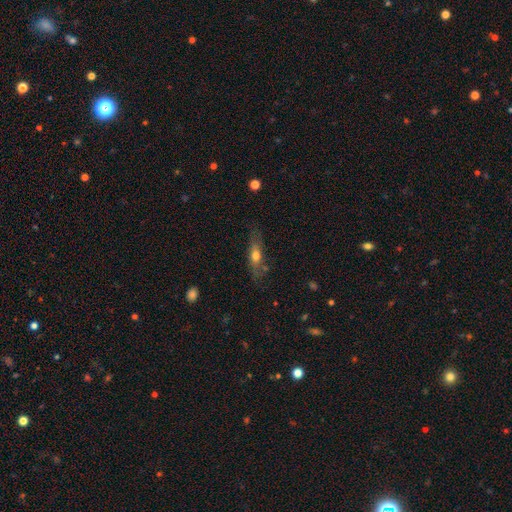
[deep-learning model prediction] Morphology: type=smooth (54%); roundness=cigar-shaped (53%); merging=none (70%).